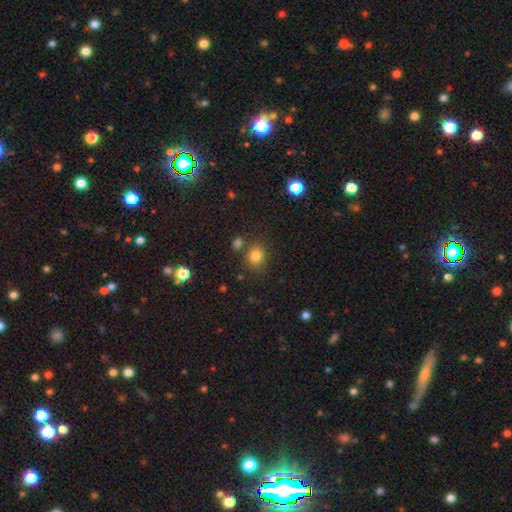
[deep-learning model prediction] This is clearly a smooth galaxy (80%). How rounded: likely round (69%). Merging: likely none (72%).